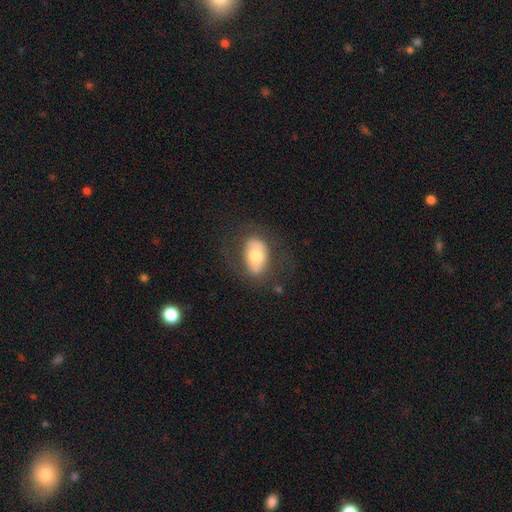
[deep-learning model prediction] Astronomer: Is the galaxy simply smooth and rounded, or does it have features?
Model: smooth — 58% (runner-up: featured or disk, 35%).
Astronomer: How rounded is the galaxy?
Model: in between — 84%.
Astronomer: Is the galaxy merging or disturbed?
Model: none — 70%.